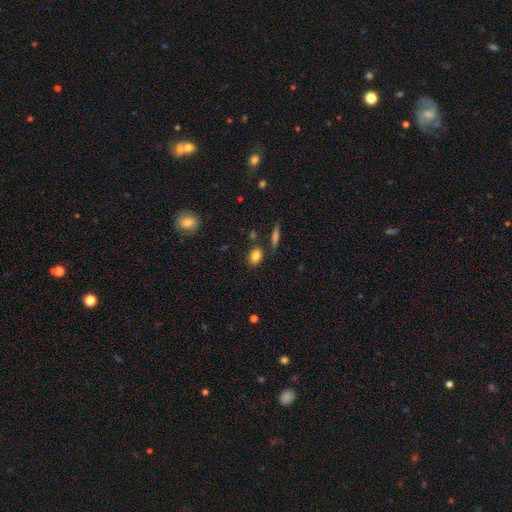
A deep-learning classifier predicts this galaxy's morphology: The model was most divided on "how rounded": in between: 66%, round: 31%, cigar-shaped: 3%. More confident: smooth or featured — smooth (83%); merging — none (78%).